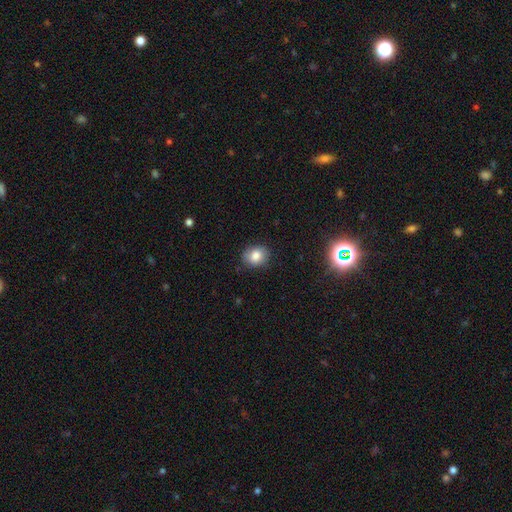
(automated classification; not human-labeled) Q: Smooth or featured?
A: smooth (82%); runner-up: star or artifact (10%)
Q: How rounded?
A: round (56%); runner-up: in between (43%)
Q: Merging?
A: none (83%); runner-up: minor disturbance (13%)